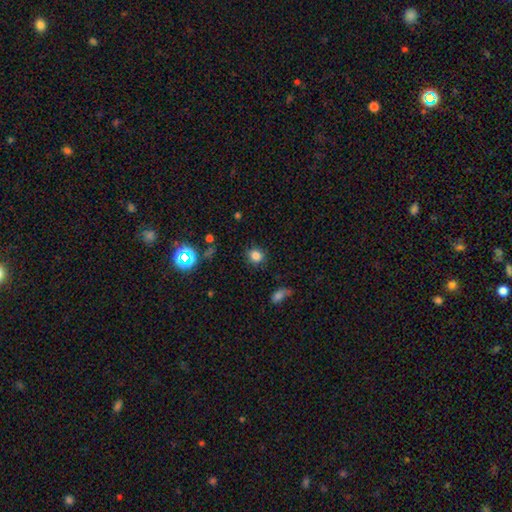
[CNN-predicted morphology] type=smooth (82%); roundness=round (81%); merging=none (86%).